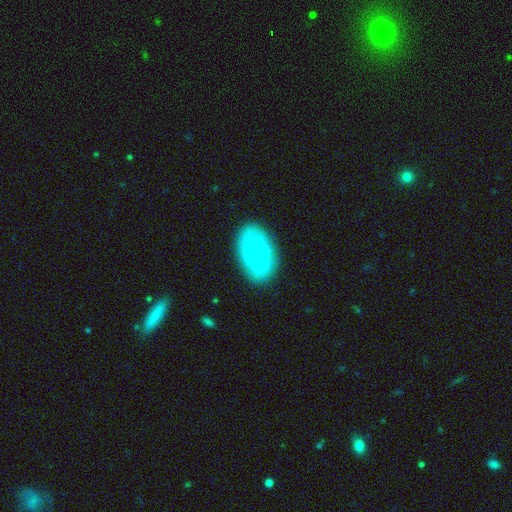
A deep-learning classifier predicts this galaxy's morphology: Overall: featured or disk (50%; smooth 43%). Edge-on disk: no (95%). Merging: none (76%).